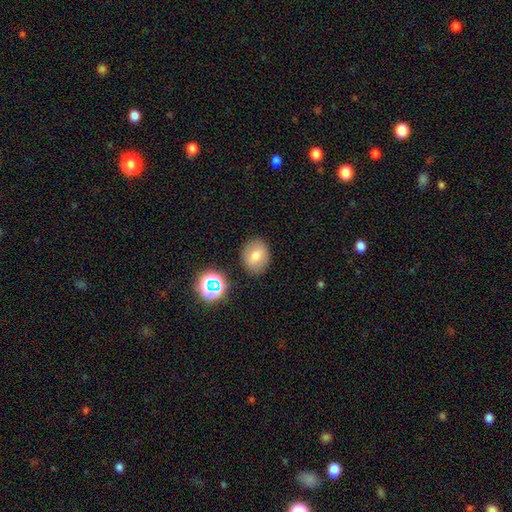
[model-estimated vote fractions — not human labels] Smooth or featured: smooth — 74% (featured or disk — 13%)
How rounded: round — 52% (in between — 47%)
Merging: none — 83% (minor disturbance — 11%)